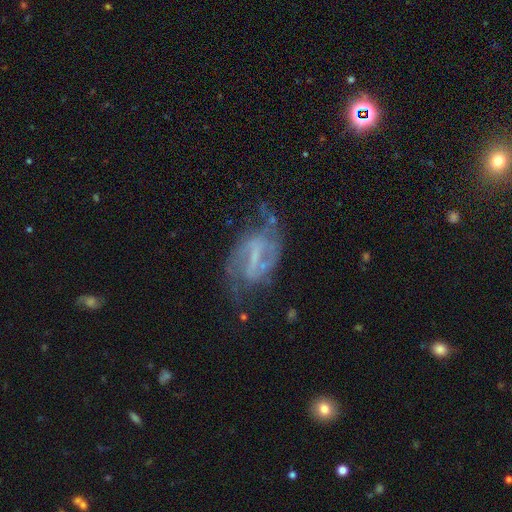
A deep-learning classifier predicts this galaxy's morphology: type=featured or disk (80%); edge-on=no (96%); bar=strong (47%); spiral arms=yes (89%); winding=medium (47%); arm count=2 (78%); bulge=none (47%); merging=none (58%).